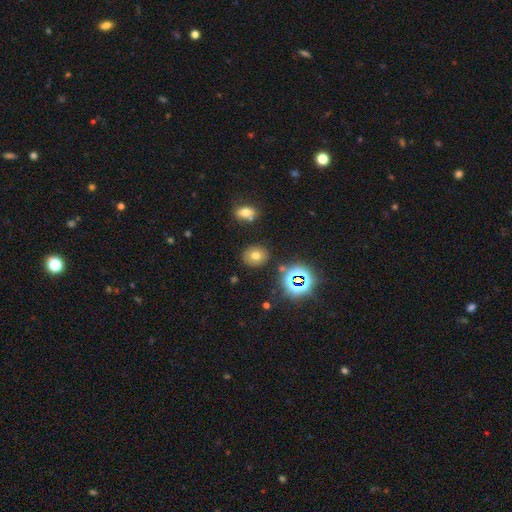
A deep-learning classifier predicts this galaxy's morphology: type=smooth (65%); roundness=round (70%); merging=none (83%).